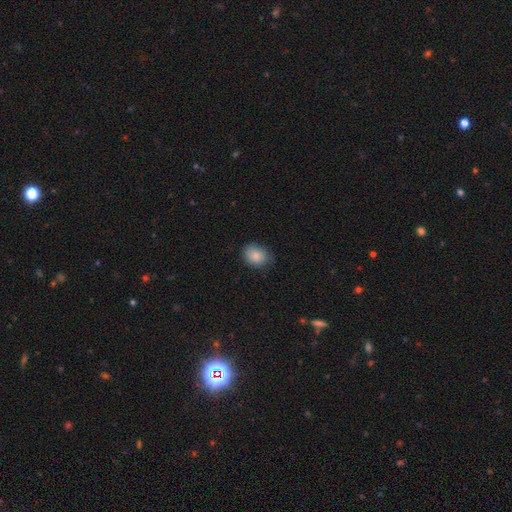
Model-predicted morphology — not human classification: This appears to be a smooth galaxy with no disk features (85%) that is in between round and cigar-shaped (53%). Merging: none (71%).